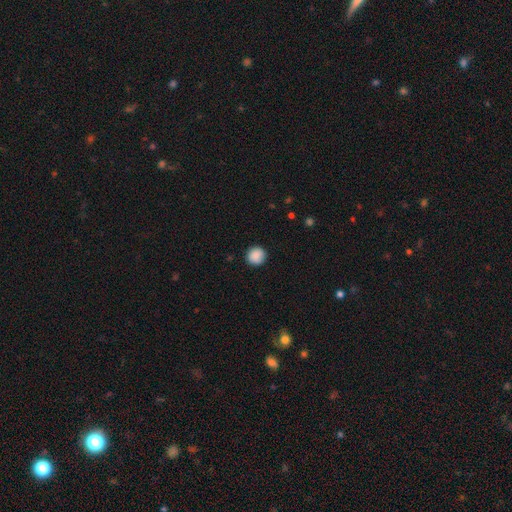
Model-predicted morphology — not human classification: This is clearly a smooth galaxy (88%). How rounded: clearly round (93%). Merging: clearly none (90%).